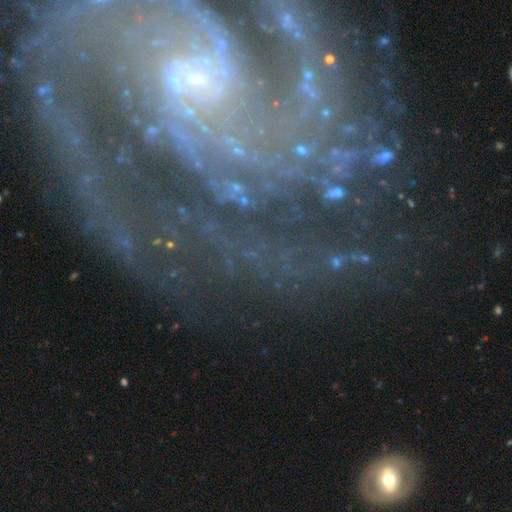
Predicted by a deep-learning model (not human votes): smooth-or-featured: featured or disk: 64% | star or artifact: 24% | smooth: 12%
  disk-edge-on: no: 93% | yes: 7%
    bar: no: 49% | weak: 28% | strong: 23%
    has-spiral-arms: yes: 89% | no: 11%
      spiral-winding: tight: 67% | medium: 24% | loose: 10%
      spiral-arm-count: can't tell: 27% | 2: 19% | 3: 16% | more than 4: 13% | 4: 13% | 1: 12%
    bulge-size: small: 65% | moderate: 19% | none: 9% | large: 4% | dominant: 3%
  merging: none: 66% | minor disturbance: 16% | major disturbance: 13% | merger: 5%